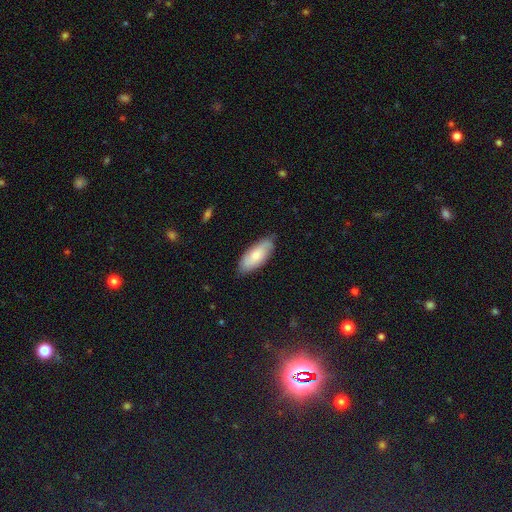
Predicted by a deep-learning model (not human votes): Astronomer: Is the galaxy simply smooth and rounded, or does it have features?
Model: smooth — 68%.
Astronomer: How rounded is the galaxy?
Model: in between — 83%.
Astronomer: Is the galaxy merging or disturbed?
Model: none — 78%.